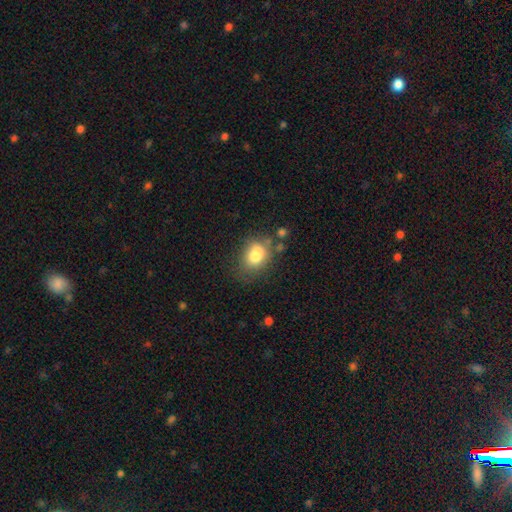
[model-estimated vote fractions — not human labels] Smooth or featured? Predicted: smooth (p=0.78). How rounded? Predicted: in between (p=0.68). Merging? Predicted: none (p=0.55).